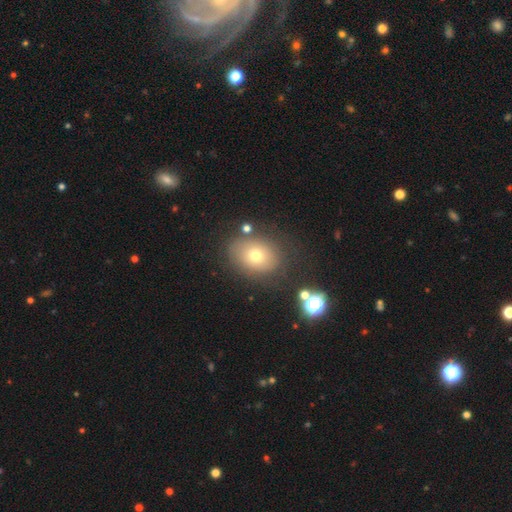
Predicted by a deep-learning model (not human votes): A smooth galaxy with no disk features (64%) that is in between round and cigar-shaped (58%). Merging: none (75%).